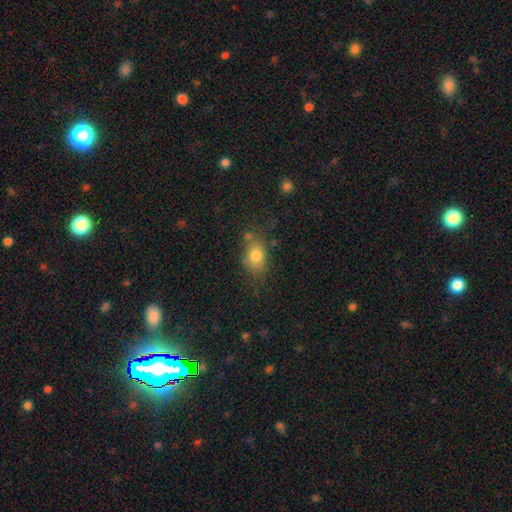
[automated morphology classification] This is likely a smooth galaxy (79%). How rounded: likely in between (71%). Merging: likely none (65%).